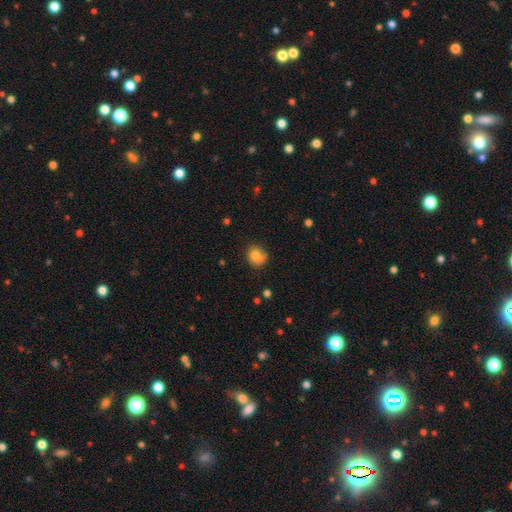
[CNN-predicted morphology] Smooth or featured?
  - smooth: 77% *
  - featured or disk: 13%
  - star or artifact: 10%
How rounded?
  - round: 79% *
  - in between: 20%
  - cigar-shaped: 1%
Merging?
  - none: 62% *
  - minor disturbance: 25%
  - major disturbance: 8%
  - merger: 5%